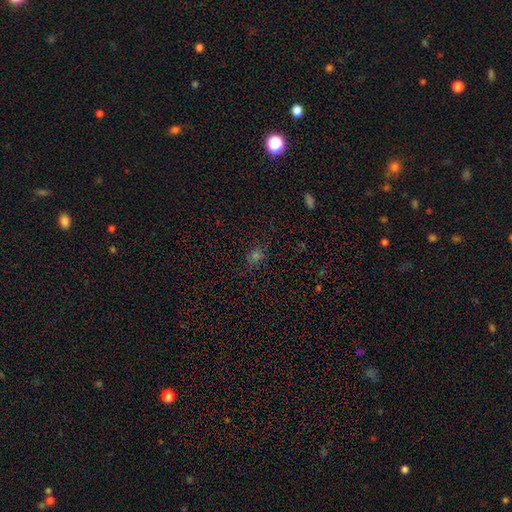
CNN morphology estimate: type=smooth (53%); roundness=round (50%); merging=none (77%).